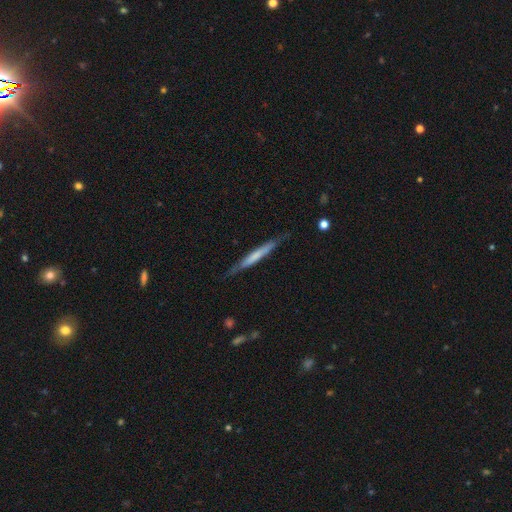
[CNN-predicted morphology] A smooth galaxy with no disk features (50%).

Vote fractions:
- Smooth or featured? smooth: 50% / featured or disk: 45% / star or artifact: 5%
- Merging? none: 80% / minor disturbance: 16% / major disturbance: 3% / merger: 2%